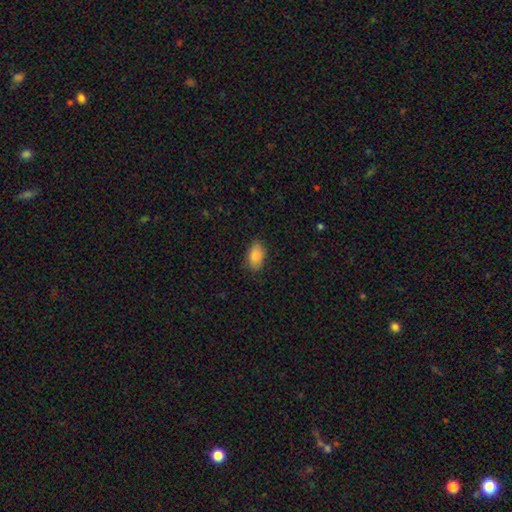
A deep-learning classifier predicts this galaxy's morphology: This is clearly a smooth galaxy (88%). How rounded: clearly in between (92%). Merging: clearly none (82%).